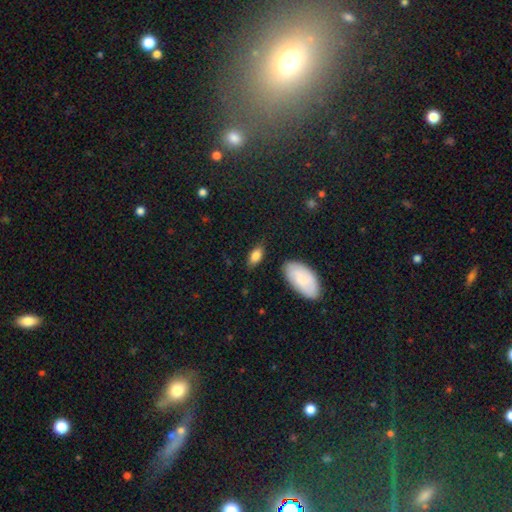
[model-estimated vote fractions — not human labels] Smooth or featured: smooth — 80% (featured or disk — 12%)
How rounded: in between — 88% (cigar-shaped — 8%)
Merging: none — 78% (minor disturbance — 16%)